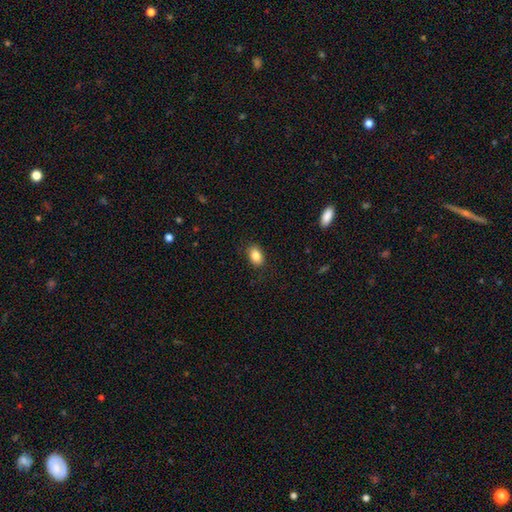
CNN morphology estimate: smooth-or-featured: smooth: 86% | star or artifact: 9% | featured or disk: 6%
  how-rounded: in between: 83% | round: 15% | cigar-shaped: 1%
  merging: none: 86% | minor disturbance: 10% | major disturbance: 2% | merger: 1%